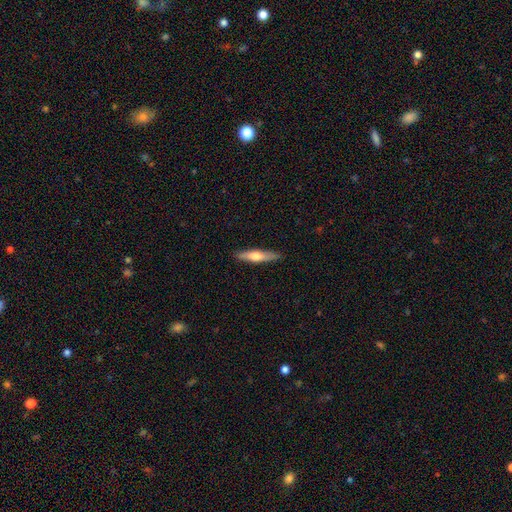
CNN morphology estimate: type=smooth (51%); roundness=cigar-shaped (82%); merging=none (90%).